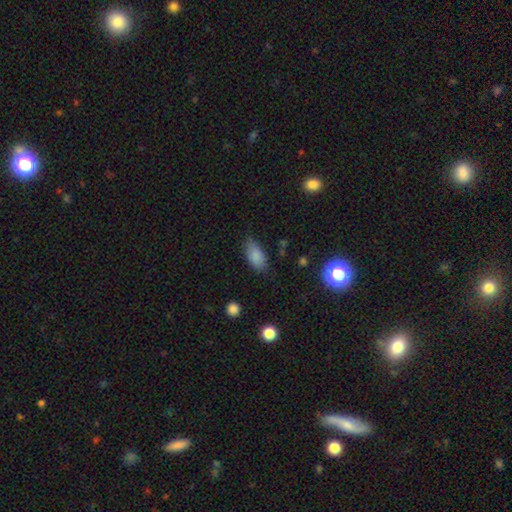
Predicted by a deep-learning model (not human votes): Smooth or featured?
  - smooth: 85% *
  - star or artifact: 9%
  - featured or disk: 6%
How rounded?
  - in between: 90% *
  - cigar-shaped: 6%
  - round: 3%
Merging?
  - none: 73% *
  - minor disturbance: 21%
  - major disturbance: 4%
  - merger: 2%